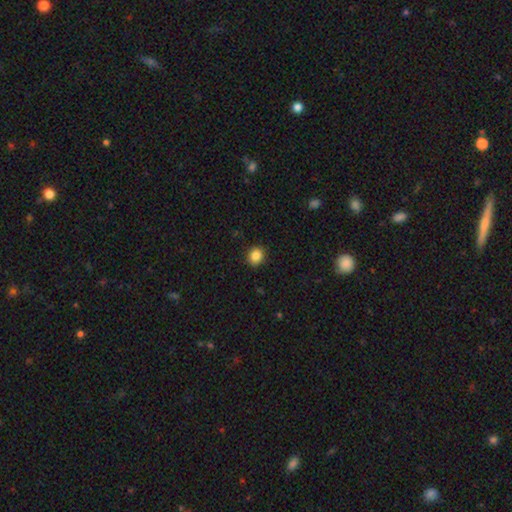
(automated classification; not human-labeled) A smooth galaxy with no disk features (86%) that is round (75%). Merging: none (89%).